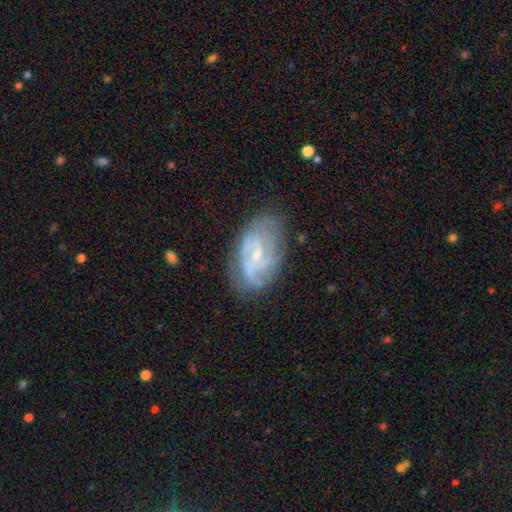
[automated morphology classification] A featured or disk galaxy (79%) with a weak bar (50%), 2 (36%) tight (45%) spiral arms (90%) and a small central bulge (65%). Merging: none (69%).